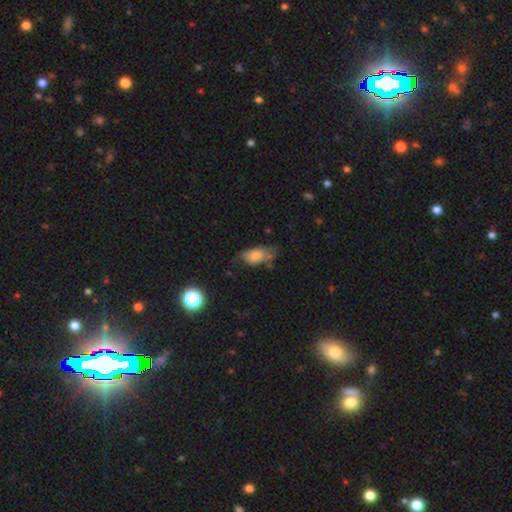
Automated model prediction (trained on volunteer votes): Smooth or featured? Predicted: smooth (p=0.69). How rounded? Predicted: in between (p=0.88). Merging? Predicted: none (p=0.44).